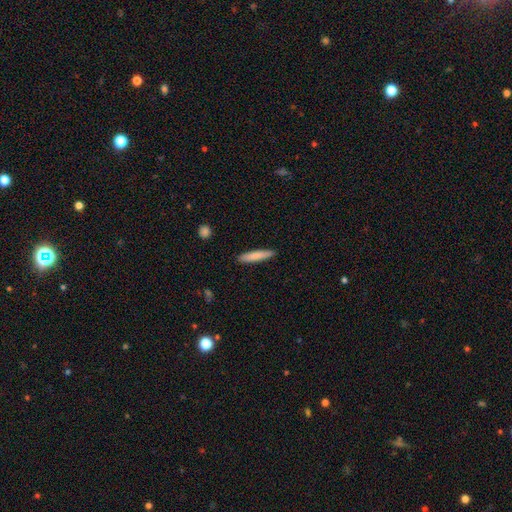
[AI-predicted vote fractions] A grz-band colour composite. It shows a smooth galaxy with no disk features (80%) that is cigar-shaped (90%). Merging: none (90%).